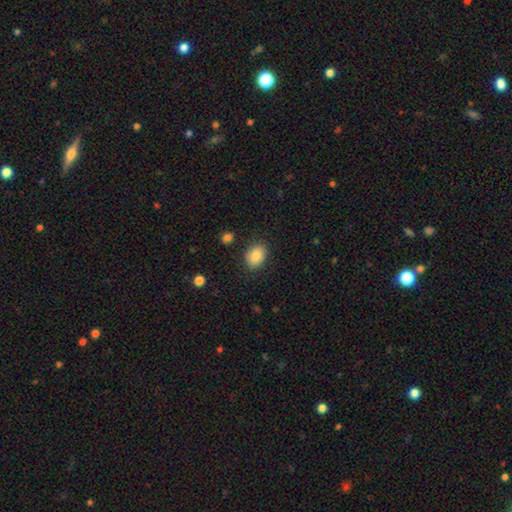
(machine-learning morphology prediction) Smooth or featured? smooth (85%)
How rounded? in between (72%)
Merging? none (85%)